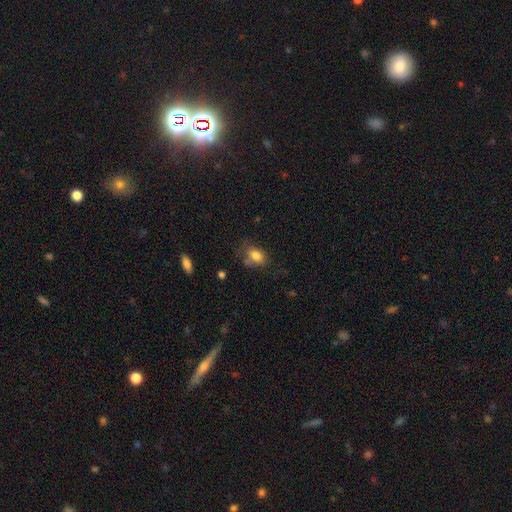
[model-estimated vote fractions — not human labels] smooth 80%, featured or disk 11%, star or artifact 10%. Down the decision tree: how rounded — in between (76%); merging — none (54%).